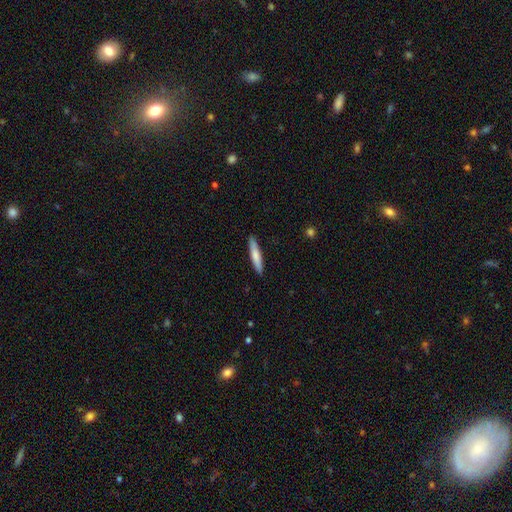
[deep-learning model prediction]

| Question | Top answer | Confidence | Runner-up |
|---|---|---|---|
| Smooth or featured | smooth | 73% | featured or disk (22%) |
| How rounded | cigar-shaped | 89% | in between (9%) |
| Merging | none | 90% | minor disturbance (7%) |